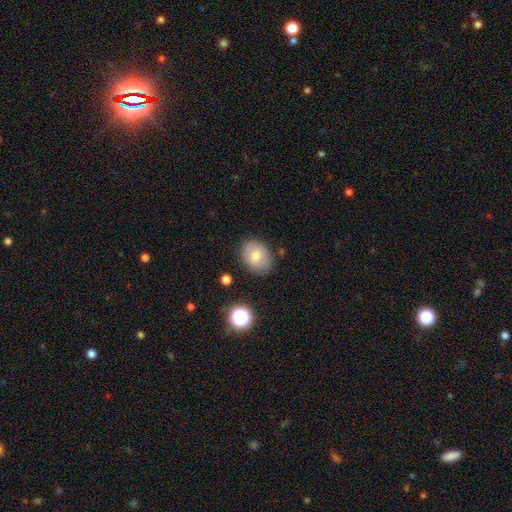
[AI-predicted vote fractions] Smooth or featured?
  - smooth: 73% *
  - featured or disk: 17%
  - star or artifact: 10%
How rounded?
  - in between: 56% *
  - round: 43%
  - cigar-shaped: 1%
Merging?
  - none: 82% *
  - minor disturbance: 13%
  - major disturbance: 3%
  - merger: 2%